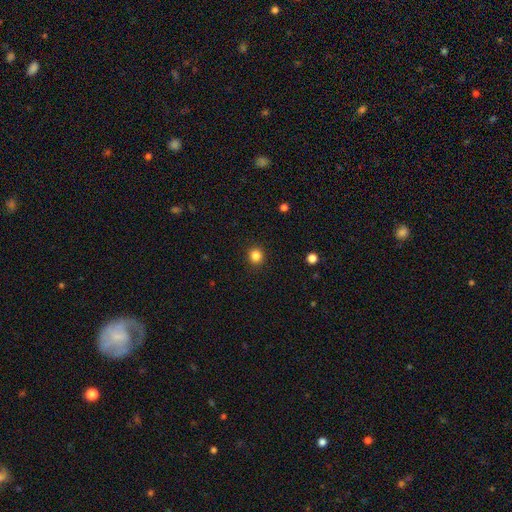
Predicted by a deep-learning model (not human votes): A smooth galaxy with no disk features (84%) that is round (91%).

Vote fractions:
- Smooth or featured? smooth: 84% / star or artifact: 12% / featured or disk: 4%
- How rounded? round: 91% / in between: 8% / cigar-shaped: 1%
- Merging? none: 92% / minor disturbance: 5% / major disturbance: 2% / merger: 1%